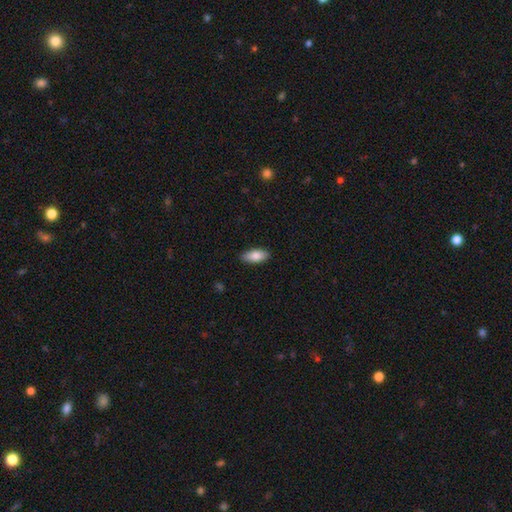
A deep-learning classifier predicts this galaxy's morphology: Smooth or featured?
  - smooth: 84% *
  - featured or disk: 10%
  - star or artifact: 6%
How rounded?
  - in between: 86% *
  - cigar-shaped: 12%
  - round: 2%
Merging?
  - none: 89% *
  - minor disturbance: 9%
  - major disturbance: 2%
  - merger: 1%